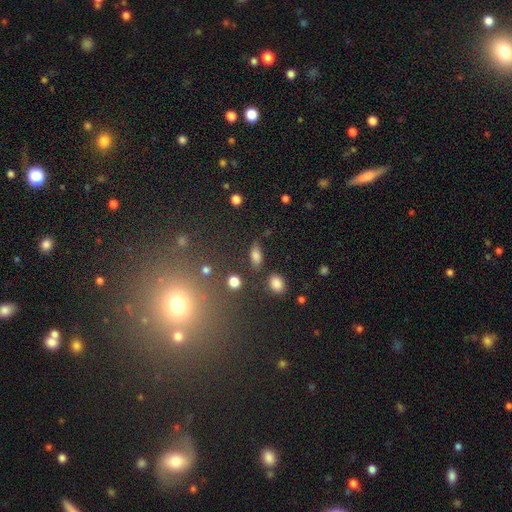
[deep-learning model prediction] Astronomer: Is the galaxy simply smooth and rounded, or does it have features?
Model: smooth — 81%.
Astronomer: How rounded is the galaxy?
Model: in between — 84%.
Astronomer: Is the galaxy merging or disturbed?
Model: none — 78%.